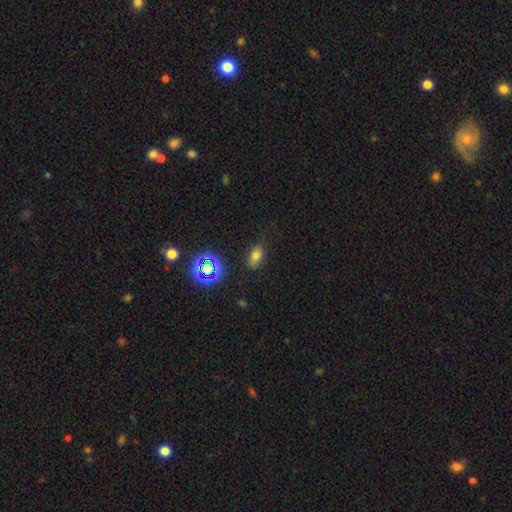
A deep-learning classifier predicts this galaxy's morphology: smooth-or-featured: smooth: 68% | star or artifact: 21% | featured or disk: 11%
  how-rounded: in between: 81% | round: 11% | cigar-shaped: 7%
  merging: none: 77% | minor disturbance: 16% | major disturbance: 5% | merger: 2%